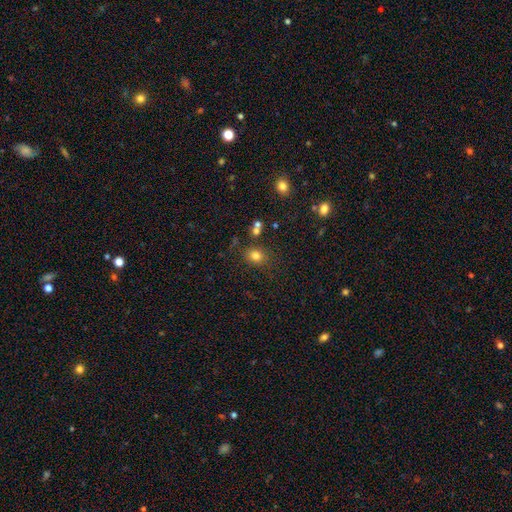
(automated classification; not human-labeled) Q: Smooth or featured?
A: smooth (78%); runner-up: star or artifact (15%)
Q: How rounded?
A: round (60%); runner-up: in between (39%)
Q: Merging?
A: none (76%); runner-up: minor disturbance (13%)